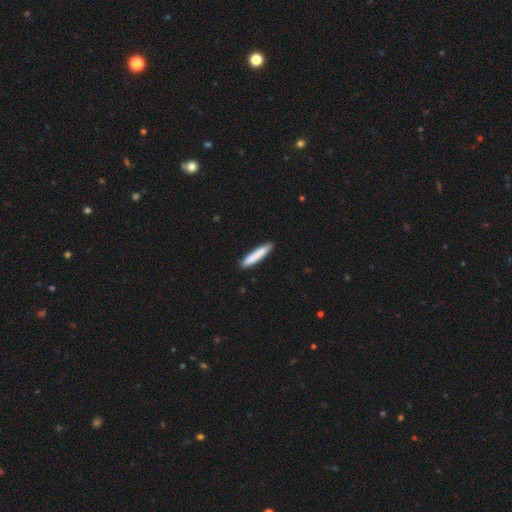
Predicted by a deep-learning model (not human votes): Overall: smooth (83%). How rounded: cigar-shaped (91%). Merging: none (88%).